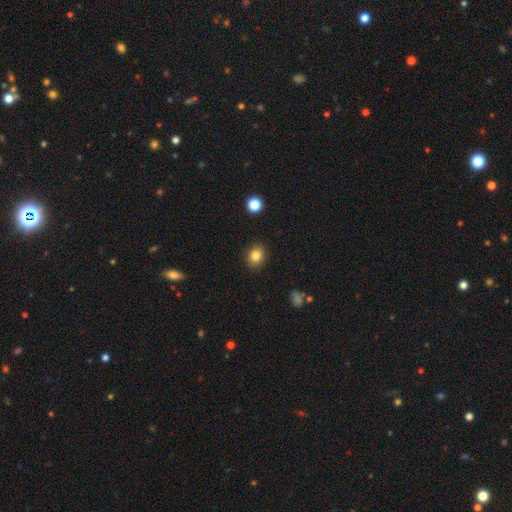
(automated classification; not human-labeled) smooth_or_featured: smooth (p=0.83) [alt: star or artifact p=0.11]
how_rounded: round (p=0.57) [alt: in between p=0.42]
merging: none (p=0.90) [alt: minor disturbance p=0.07]